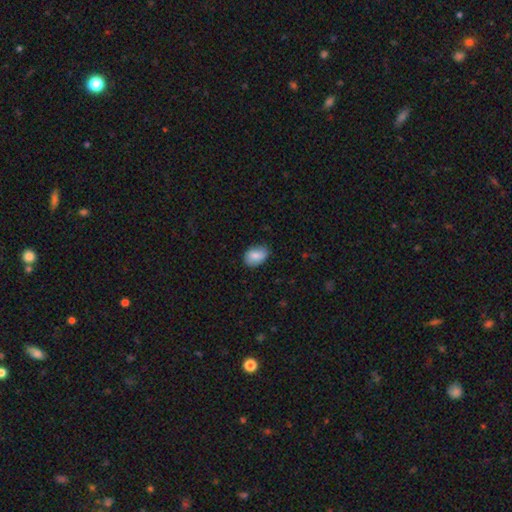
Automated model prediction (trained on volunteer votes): Smooth or featured: smooth — 81% (featured or disk — 12%)
How rounded: in between — 80% (round — 19%)
Merging: none — 76% (minor disturbance — 19%)